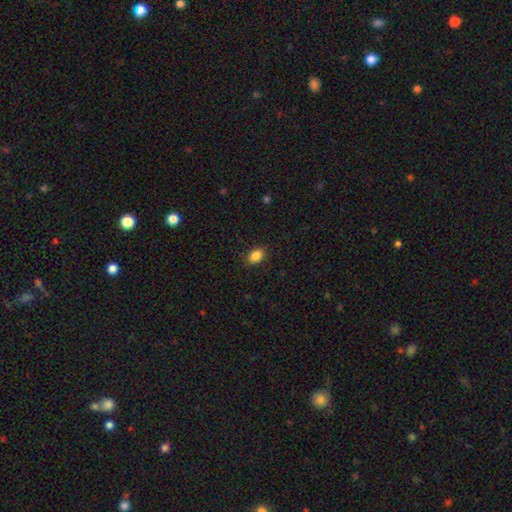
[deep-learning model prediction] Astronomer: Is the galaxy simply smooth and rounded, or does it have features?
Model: smooth — 87%.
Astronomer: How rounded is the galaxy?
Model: in between — 80%.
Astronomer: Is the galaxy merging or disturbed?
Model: none — 86%.